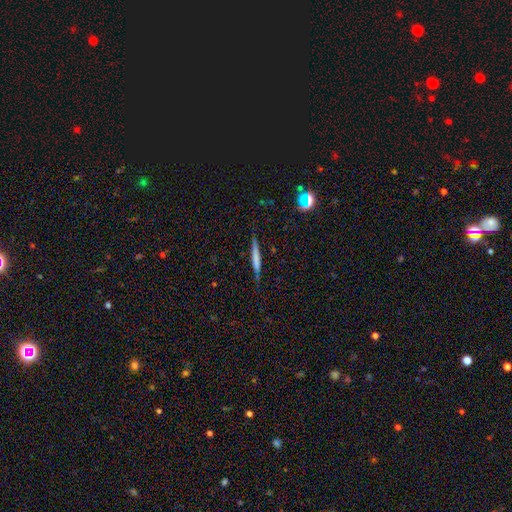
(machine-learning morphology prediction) smooth-or-featured: smooth: 60% | featured or disk: 32% | star or artifact: 8%
  how-rounded: cigar-shaped: 95% | in between: 3% | round: 2%
  merging: none: 86% | minor disturbance: 10% | major disturbance: 2% | merger: 2%